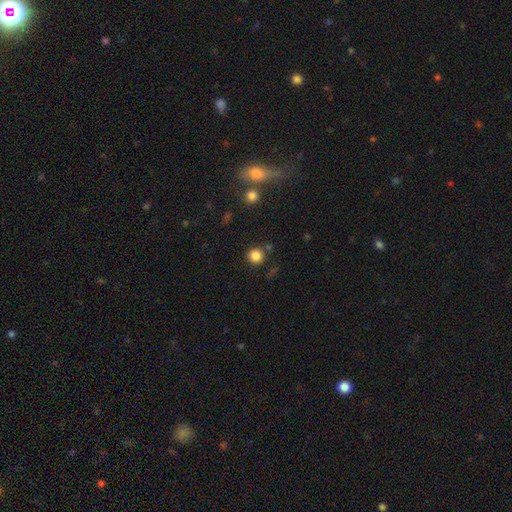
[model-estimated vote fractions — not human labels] Smooth or featured? smooth (83%)
How rounded? round (93%)
Merging? none (84%)